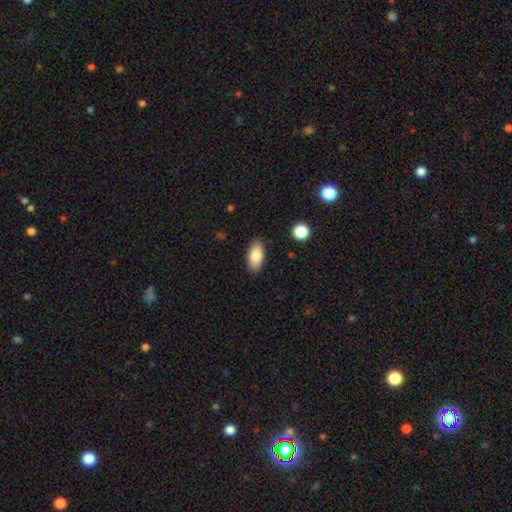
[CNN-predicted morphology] Q: Smooth or featured?
A: smooth (84%); runner-up: featured or disk (9%)
Q: How rounded?
A: in between (91%); runner-up: cigar-shaped (6%)
Q: Merging?
A: none (87%); runner-up: minor disturbance (9%)